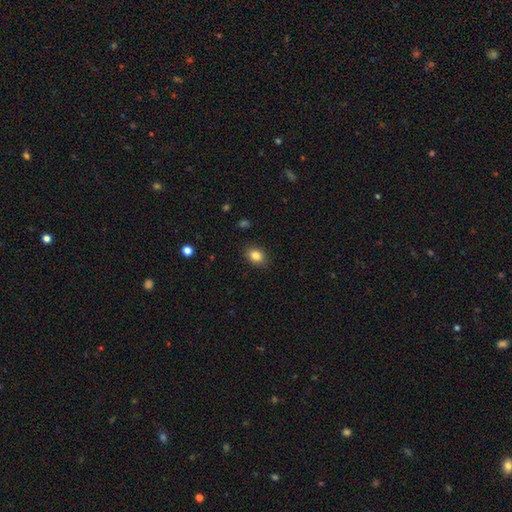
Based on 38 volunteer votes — Q: Smooth or featured?
A: smooth (89%); runner-up: featured or disk (8%)
Q: How rounded?
A: in between (53%); runner-up: round (44%)
Q: Merging?
A: none (89%); runner-up: minor disturbance (8%)